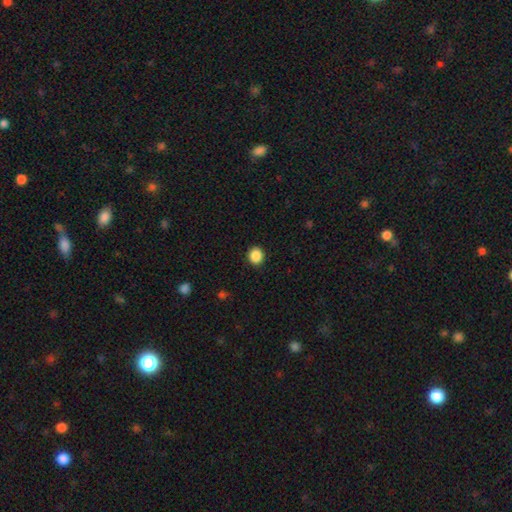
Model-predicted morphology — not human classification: This appears to be a smooth galaxy with no disk features (88%) that is round (86%). Merging: none (92%).